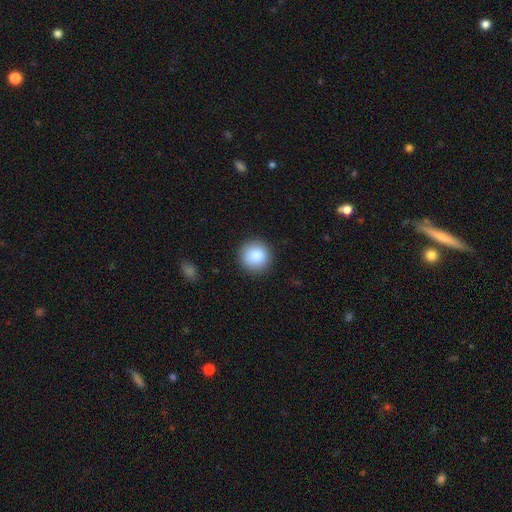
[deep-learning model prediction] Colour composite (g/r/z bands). It shows a smooth galaxy with no disk features (87%) that is round (94%). Merging: none (91%).